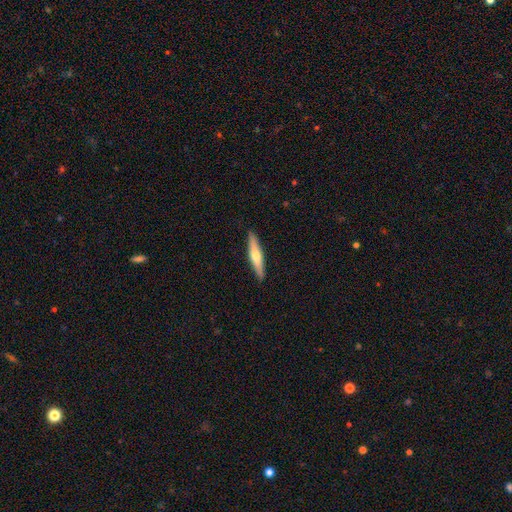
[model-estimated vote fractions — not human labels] The model was most divided on "smooth or featured": smooth: 51%, featured or disk: 44%, star or artifact: 5%. More confident: merging — none (90%); how rounded — cigar-shaped (86%).